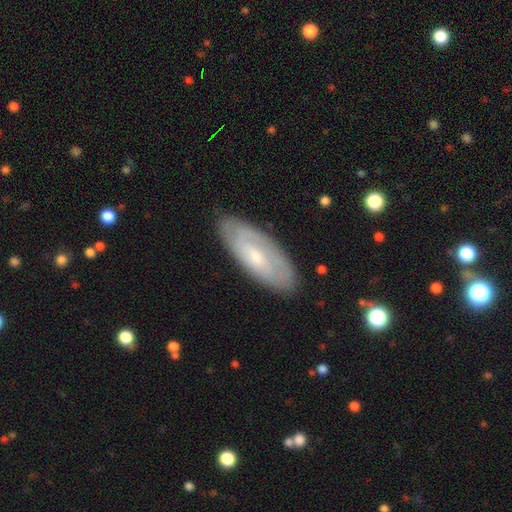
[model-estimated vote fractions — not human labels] featured or disk 58%, smooth 36%, star or artifact 6%. Down the decision tree: edge-on disk — no (85%); merging — none (81%).